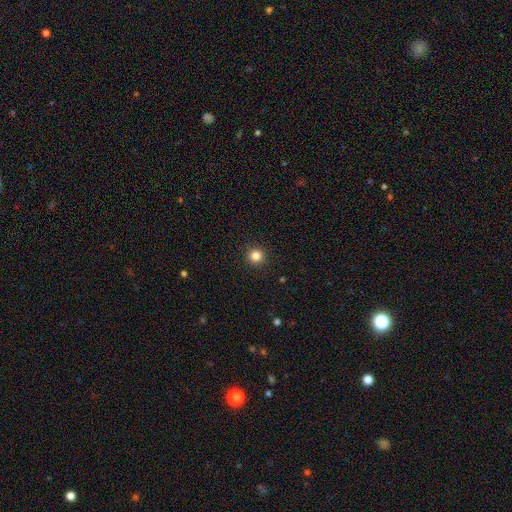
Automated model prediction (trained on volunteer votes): Smooth or featured?
  - smooth: 84% *
  - star or artifact: 12%
  - featured or disk: 4%
How rounded?
  - round: 95% *
  - in between: 4%
  - cigar-shaped: 1%
Merging?
  - none: 93% *
  - minor disturbance: 4%
  - major disturbance: 2%
  - merger: 1%